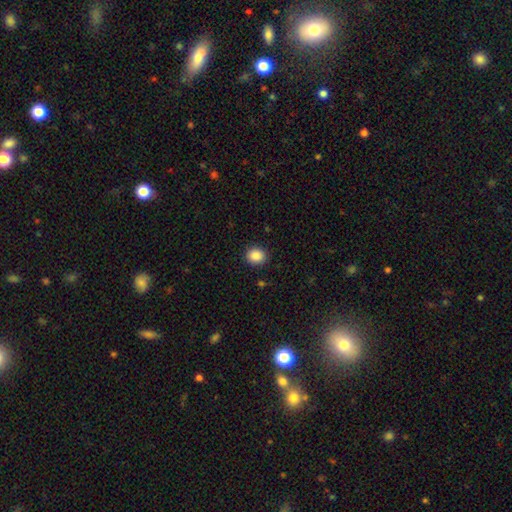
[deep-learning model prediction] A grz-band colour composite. It shows a smooth galaxy with no disk features (89%) that is round (70%). Merging: none (90%).